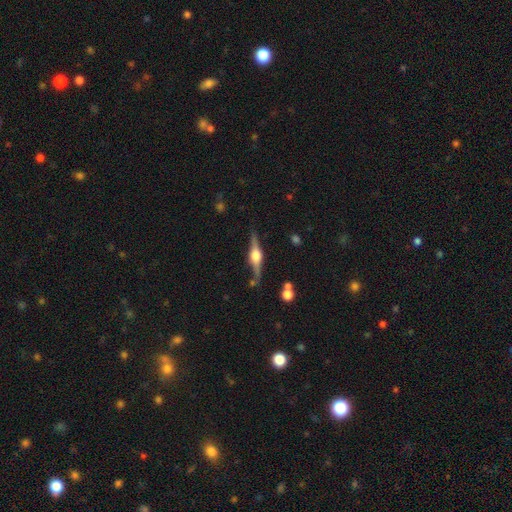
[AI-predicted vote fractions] Smooth or featured?
  - featured or disk: 82% *
  - smooth: 12%
  - star or artifact: 6%
Edge-on disk?
  - yes: 98% *
  - no: 2%
Edge-on bulge?
  - rounded: 93% *
  - boxy: 6%
  - none: 1%
Merging?
  - none: 84% *
  - minor disturbance: 10%
  - merger: 4%
  - major disturbance: 2%